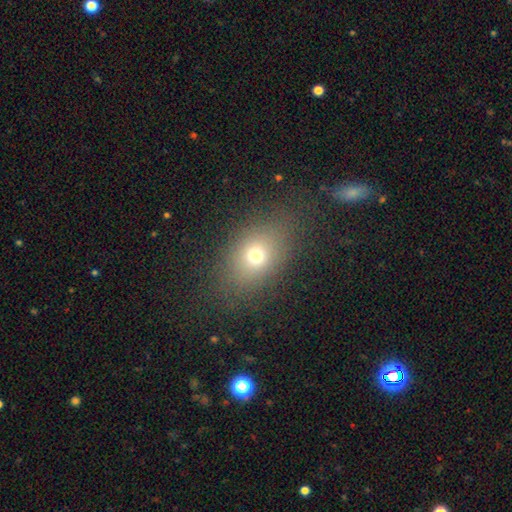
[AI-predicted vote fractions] Smooth or featured: smooth — 69% (star or artifact — 17%)
How rounded: in between — 64% (round — 34%)
Merging: none — 79% (minor disturbance — 12%)